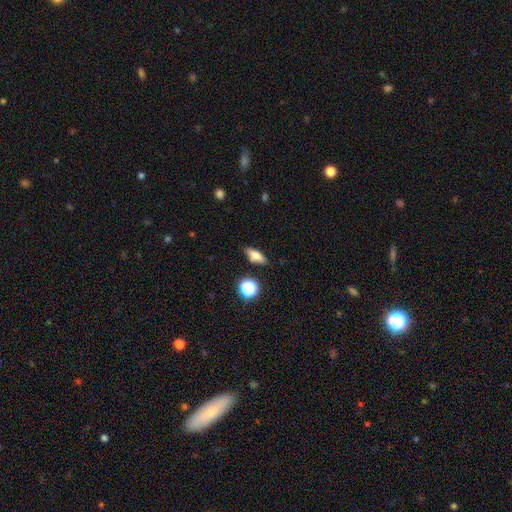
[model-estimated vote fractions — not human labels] This is likely a smooth galaxy (68%). How rounded: possibly in between (57%). Merging: clearly none (84%).